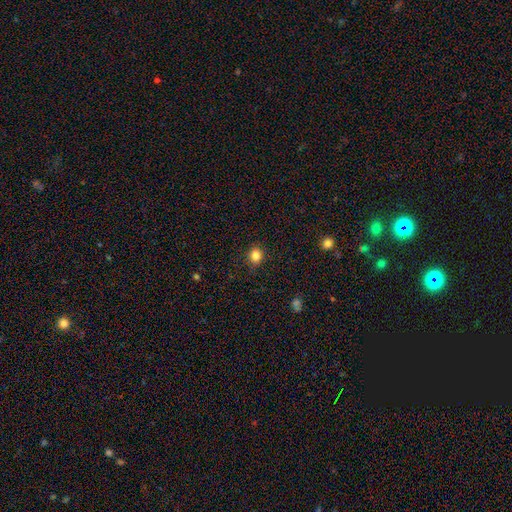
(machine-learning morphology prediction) Smooth or featured: smooth — 83% (star or artifact — 12%)
How rounded: round — 63% (in between — 36%)
Merging: none — 87% (minor disturbance — 9%)